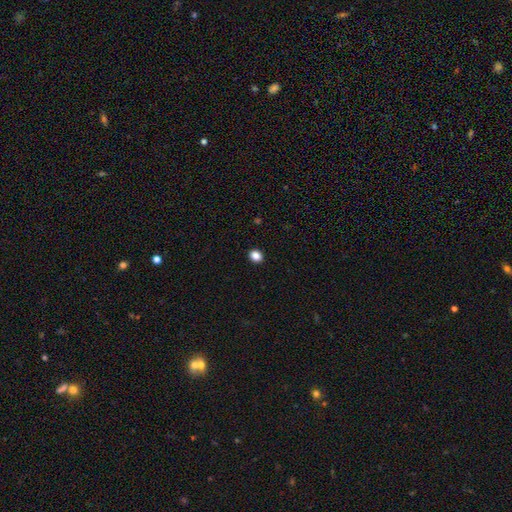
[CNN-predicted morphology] Smooth or featured? smooth (86%)
How rounded? round (61%)
Merging? none (92%)